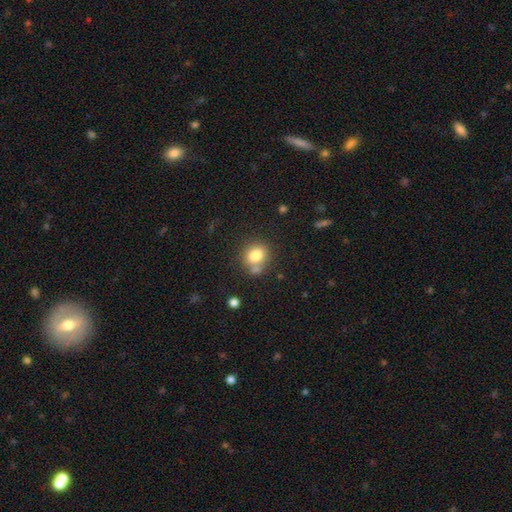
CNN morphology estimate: This is likely a smooth galaxy (80%). How rounded: likely round (70%). Merging: likely none (60%).